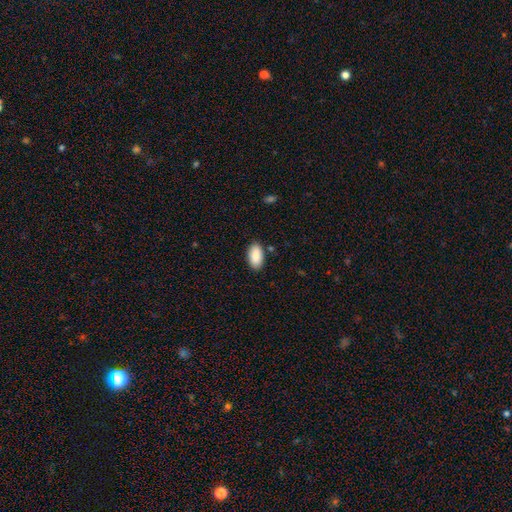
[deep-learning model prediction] Smooth or featured? smooth (88%)
How rounded? in between (94%)
Merging? none (86%)